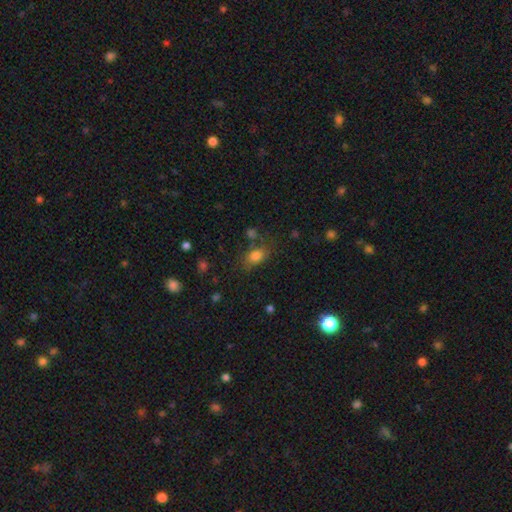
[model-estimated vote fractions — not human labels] Smooth or featured? smooth (80%)
How rounded? in between (74%)
Merging? none (65%)